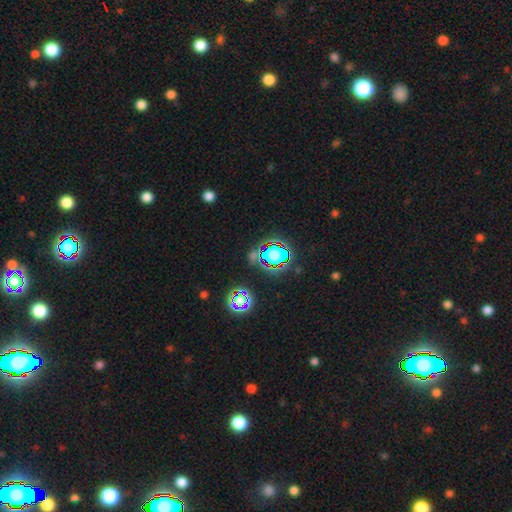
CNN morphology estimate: smooth-or-featured: star or artifact: 75% | smooth: 15% | featured or disk: 10%